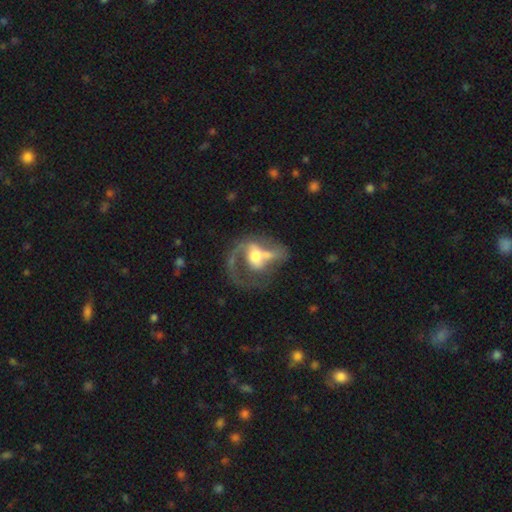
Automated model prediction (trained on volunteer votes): Q: Smooth or featured?
A: featured or disk (76%); runner-up: smooth (18%)
Q: Edge-on disk?
A: no (96%); runner-up: yes (4%)
Q: Bar?
A: no (45%); runner-up: weak (35%)
Q: Spiral arms?
A: yes (76%); runner-up: no (24%)
Q: Spiral winding?
A: medium (43%); runner-up: loose (41%)
Q: Spiral arm count?
A: 1 (50%); runner-up: 2 (36%)
Q: Bulge size?
A: moderate (63%); runner-up: large (18%)
Q: Merging?
A: major disturbance (38%); runner-up: none (31%)